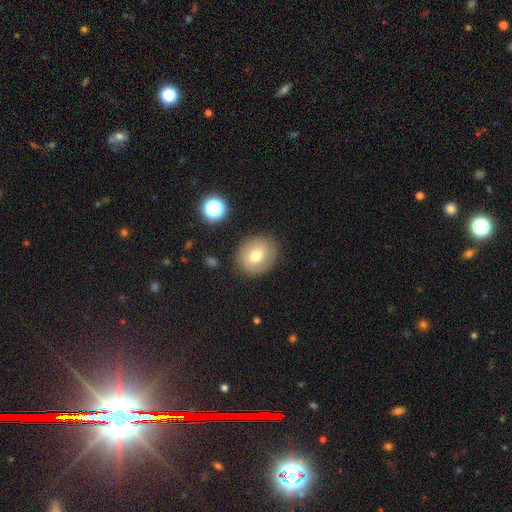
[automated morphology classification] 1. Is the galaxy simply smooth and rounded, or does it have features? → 70% smooth, 20% featured or disk, 10% star or artifact.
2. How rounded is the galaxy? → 72% round, 28% in between, 1% cigar-shaped.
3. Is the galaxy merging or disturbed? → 83% none, 11% minor disturbance, 4% major disturbance, 2% merger.